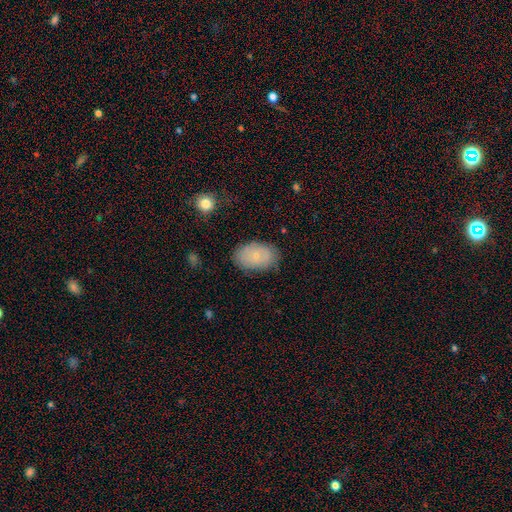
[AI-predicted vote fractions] Q: Smooth or featured?
A: smooth (70%); runner-up: featured or disk (22%)
Q: How rounded?
A: in between (90%); runner-up: round (9%)
Q: Merging?
A: none (81%); runner-up: minor disturbance (15%)